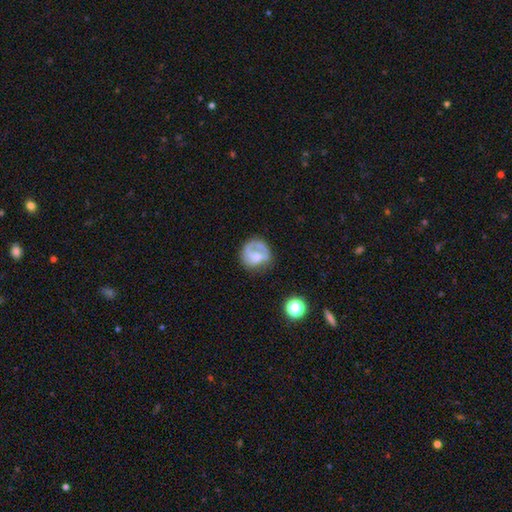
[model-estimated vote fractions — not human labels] Morphology: type=featured or disk (52%); edge-on=no (98%); bar=no (69%); spiral arms=yes (63%); bulge=moderate (34%); merging=none (54%).